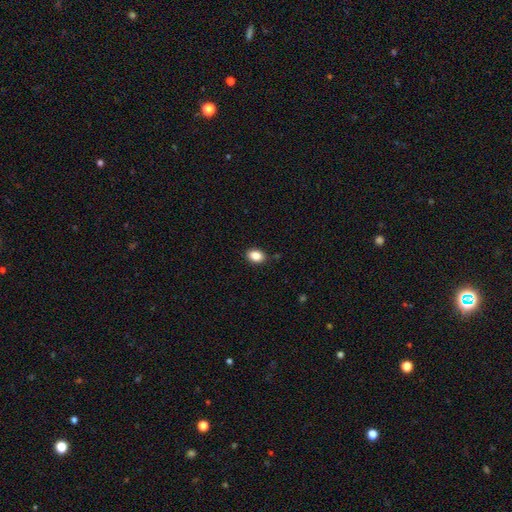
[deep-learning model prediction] smooth_or_featured: smooth (p=0.87) [alt: star or artifact p=0.09]
how_rounded: in between (p=0.78) [alt: round p=0.21]
merging: none (p=0.86) [alt: minor disturbance p=0.10]